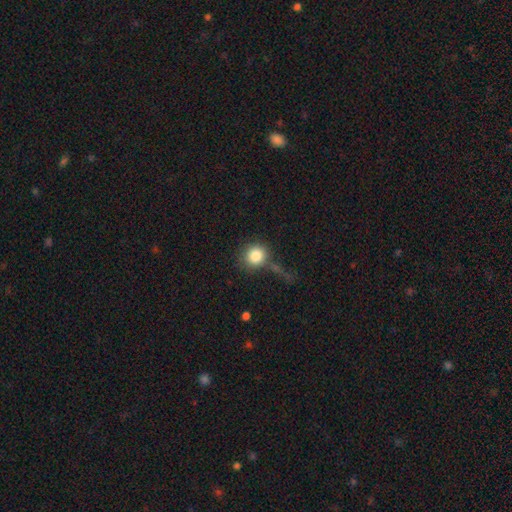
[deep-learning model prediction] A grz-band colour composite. It shows a smooth galaxy with no disk features (84%) that is round (87%). Merging: none (59%).